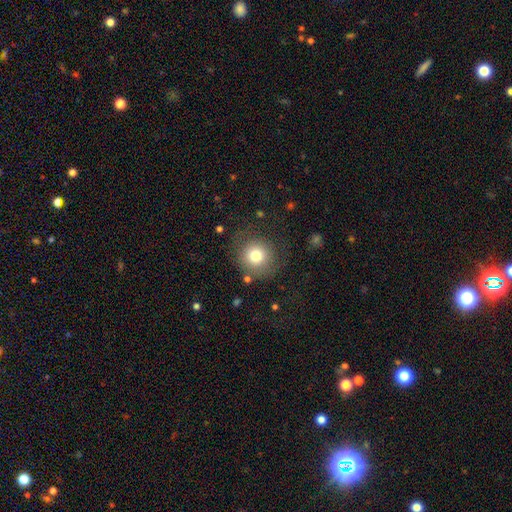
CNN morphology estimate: smooth-or-featured: smooth: 78% | featured or disk: 11% | star or artifact: 11%
  how-rounded: round: 92% | in between: 7% | cigar-shaped: 1%
  merging: none: 78% | minor disturbance: 12% | major disturbance: 7% | merger: 2%